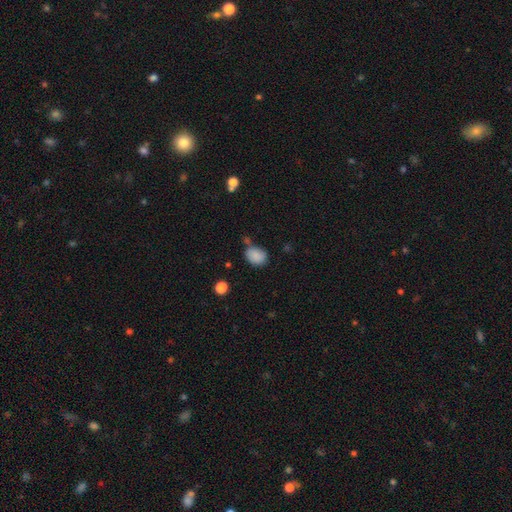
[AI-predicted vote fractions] smooth 86%, star or artifact 9%, featured or disk 5%. Down the decision tree: how rounded — in between (61%); merging — none (61%).